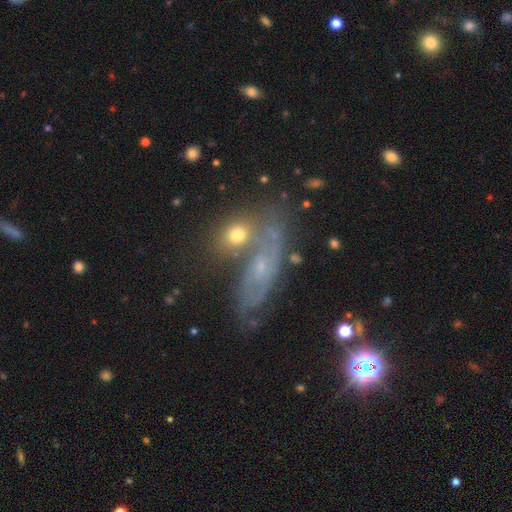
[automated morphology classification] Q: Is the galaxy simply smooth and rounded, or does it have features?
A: featured or disk — 60%.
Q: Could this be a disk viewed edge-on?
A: no — 77%.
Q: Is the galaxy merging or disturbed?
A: none — 52%.